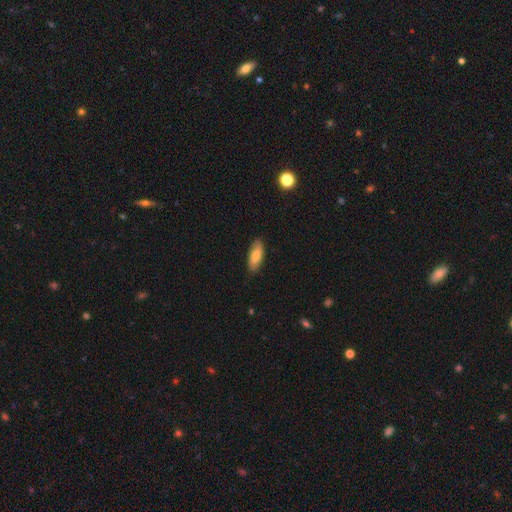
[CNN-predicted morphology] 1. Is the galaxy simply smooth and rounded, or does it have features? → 74% smooth, 20% featured or disk, 6% star or artifact.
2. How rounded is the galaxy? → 73% in between, 25% cigar-shaped, 2% round.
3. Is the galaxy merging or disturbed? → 86% none, 11% minor disturbance, 2% major disturbance, 1% merger.